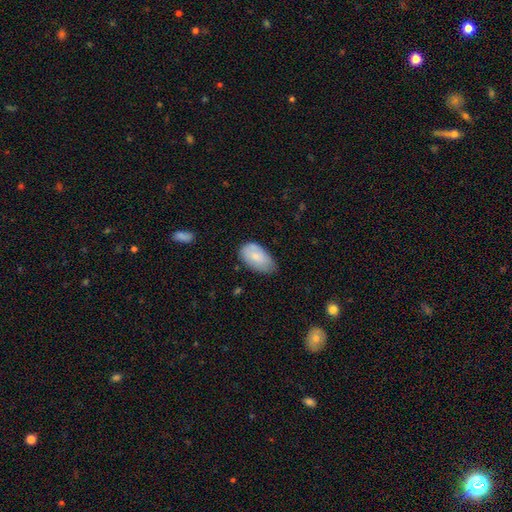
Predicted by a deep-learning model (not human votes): smooth-or-featured: smooth: 79% | featured or disk: 15% | star or artifact: 6%
  how-rounded: in between: 94% | round: 5% | cigar-shaped: 2%
  merging: none: 53% | minor disturbance: 38% | major disturbance: 7% | merger: 2%